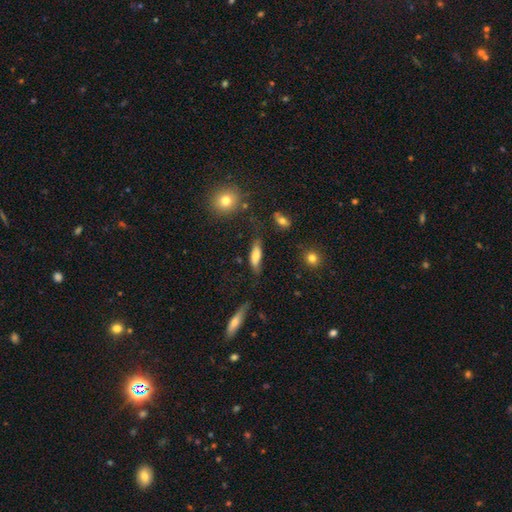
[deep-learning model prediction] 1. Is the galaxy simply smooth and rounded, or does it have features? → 65% smooth, 27% featured or disk, 8% star or artifact.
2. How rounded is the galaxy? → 54% in between, 43% cigar-shaped, 3% round.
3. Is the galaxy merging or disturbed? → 62% none, 25% minor disturbance, 9% major disturbance, 4% merger.